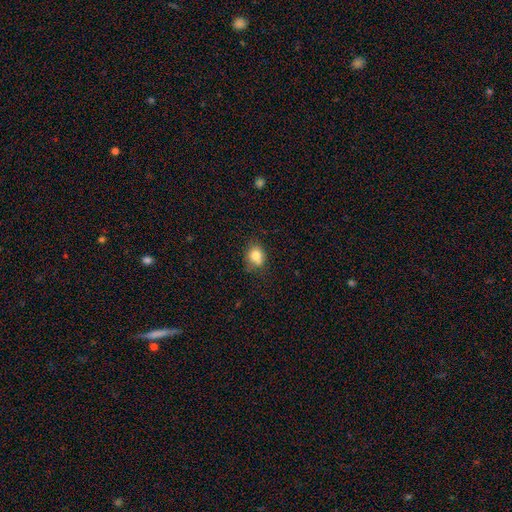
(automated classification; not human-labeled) Overall: smooth (79%). How rounded: round (62%; in between 37%). Merging: none (63%).